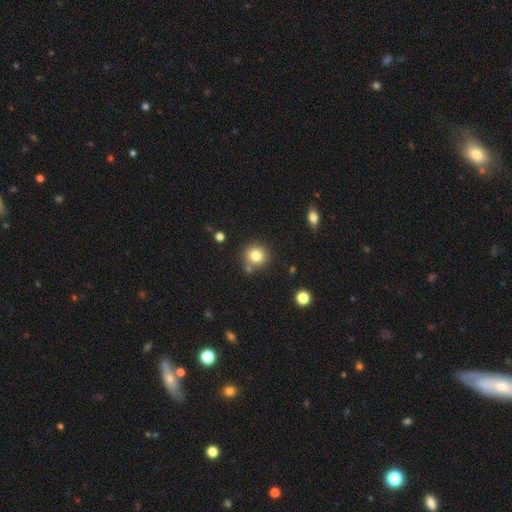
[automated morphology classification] A smooth galaxy with no disk features (81%) that is round (91%). Merging: none (76%).